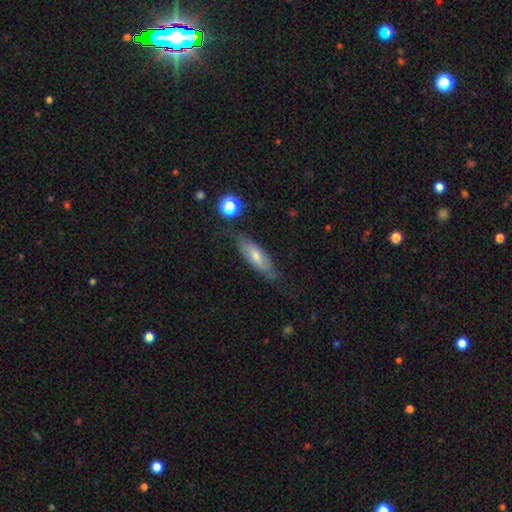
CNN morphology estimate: Smooth or featured?
  - smooth: 56% *
  - featured or disk: 36%
  - star or artifact: 8%
How rounded?
  - in between: 52% *
  - cigar-shaped: 46%
  - round: 3%
Merging?
  - none: 70% *
  - minor disturbance: 21%
  - major disturbance: 6%
  - merger: 2%